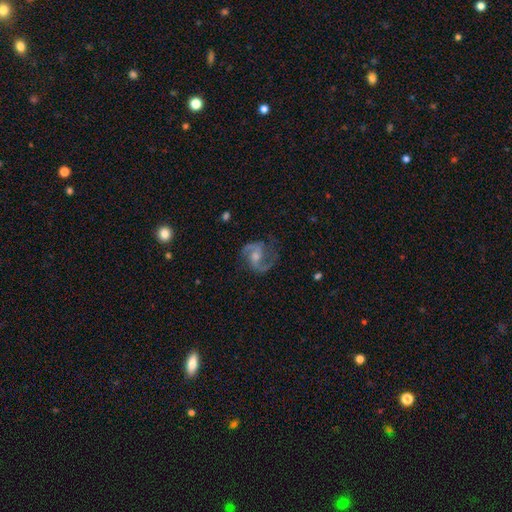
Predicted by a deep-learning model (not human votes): Smooth or featured: featured or disk — 87% (star or artifact — 7%)
Edge-on disk: no — 98% (yes — 2%)
Bar: weak — 46% (no — 38%)
Spiral arms: yes — 97% (no — 3%)
Spiral winding: medium — 58% (loose — 26%)
Spiral arm count: 2 — 90% (can't tell — 3%)
Bulge size: moderate — 54% (small — 35%)
Merging: none — 76% (minor disturbance — 14%)